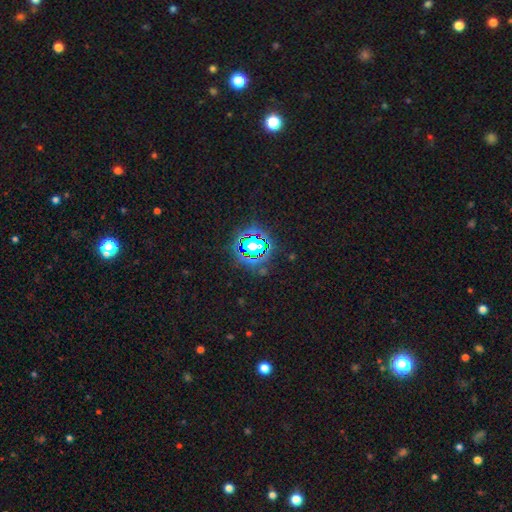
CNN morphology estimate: This is clearly a star or artifact rather than a galaxy (83%).